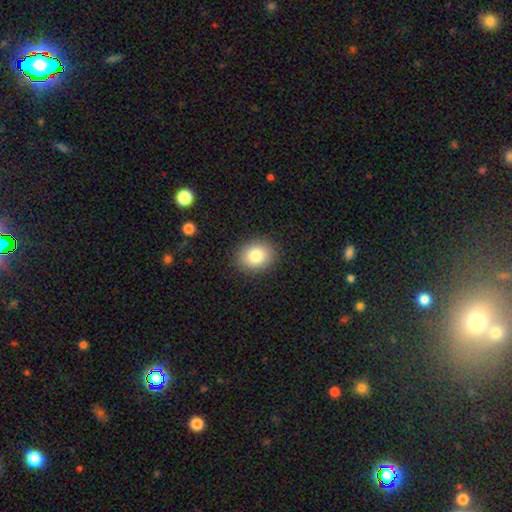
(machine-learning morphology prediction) Smooth or featured? Predicted: smooth (p=0.83). How rounded? Predicted: round (p=0.53). Merging? Predicted: none (p=0.89).